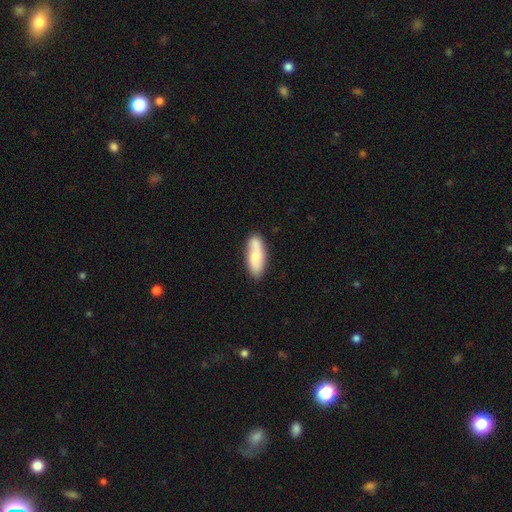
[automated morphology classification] Smooth or featured?
  - smooth: 68% *
  - featured or disk: 26%
  - star or artifact: 6%
How rounded?
  - in between: 71% *
  - cigar-shaped: 27%
  - round: 2%
Merging?
  - none: 71% *
  - minor disturbance: 16%
  - merger: 9%
  - major disturbance: 4%